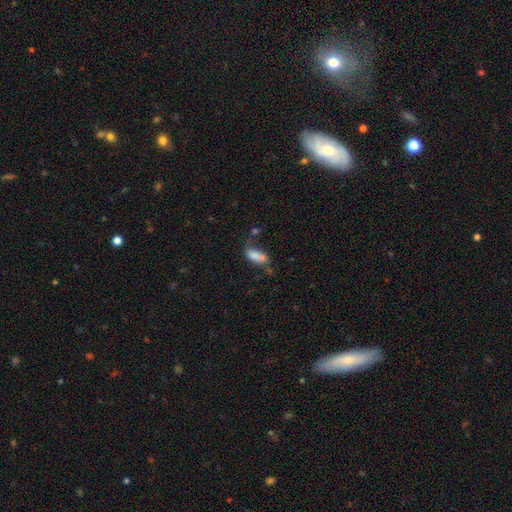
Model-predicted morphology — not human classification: Smooth or featured: smooth — 77% (featured or disk — 13%)
How rounded: in between — 75% (cigar-shaped — 22%)
Merging: none — 36% (minor disturbance — 25%)